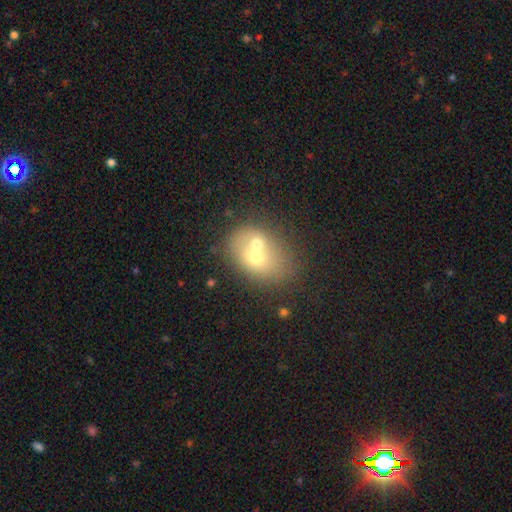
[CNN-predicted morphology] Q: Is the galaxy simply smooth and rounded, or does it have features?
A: smooth — 58%.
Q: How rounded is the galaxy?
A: in between — 61%.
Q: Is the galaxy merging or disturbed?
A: merger — 56%.